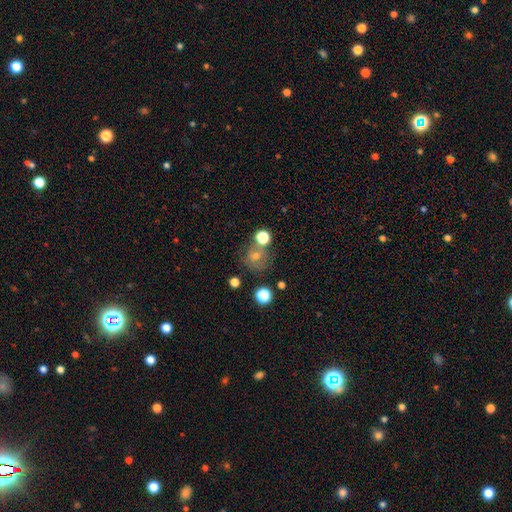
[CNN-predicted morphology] This is possibly a smooth galaxy (50%). Merging: likely none (66%).